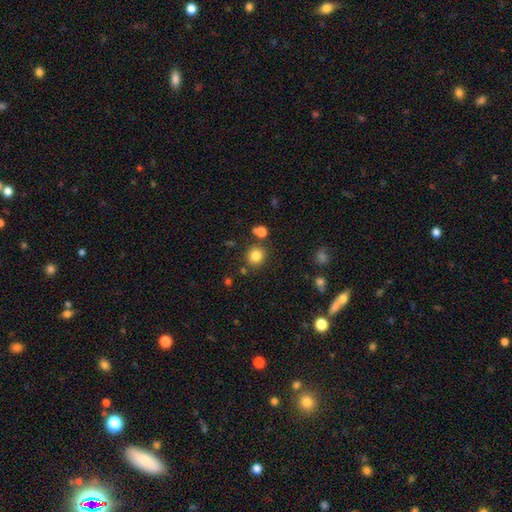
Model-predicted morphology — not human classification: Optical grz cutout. It shows a smooth galaxy with no disk features (82%) that is round (89%). Merging: none (82%).